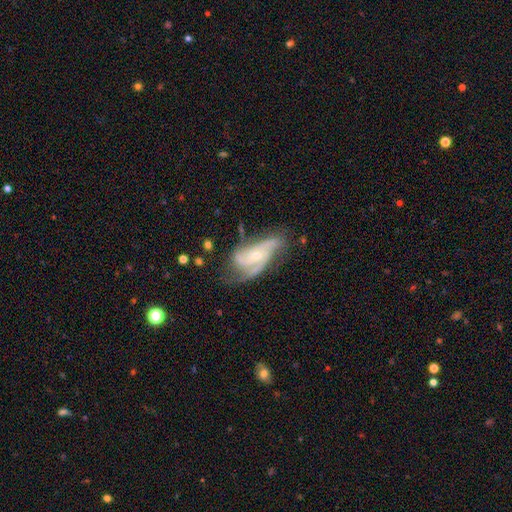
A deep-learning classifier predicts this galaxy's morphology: Q: Smooth or featured?
A: featured or disk (85%); runner-up: smooth (9%)
Q: Edge-on disk?
A: no (96%); runner-up: yes (4%)
Q: Bar?
A: no (61%); runner-up: weak (29%)
Q: Spiral arms?
A: yes (96%); runner-up: no (4%)
Q: Spiral winding?
A: medium (48%); runner-up: tight (33%)
Q: Spiral arm count?
A: 3 (44%); runner-up: 2 (33%)
Q: Bulge size?
A: small (61%); runner-up: moderate (35%)
Q: Merging?
A: none (54%); runner-up: minor disturbance (26%)